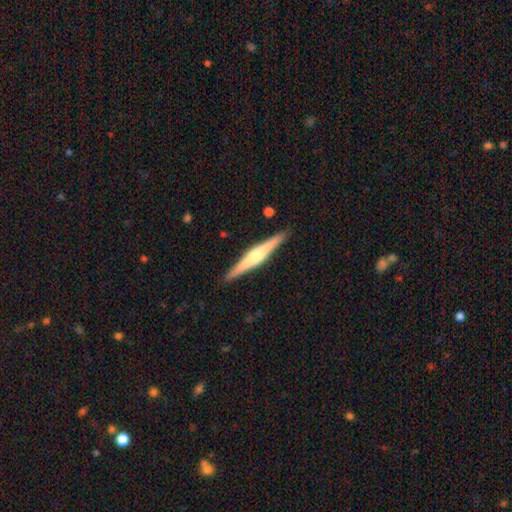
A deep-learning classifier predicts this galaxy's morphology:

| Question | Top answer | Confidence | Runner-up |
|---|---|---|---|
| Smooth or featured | featured or disk | 70% | smooth (25%) |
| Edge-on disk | yes | 98% | no (2%) |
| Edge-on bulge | rounded | 83% | boxy (10%) |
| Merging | none | 91% | minor disturbance (6%) |